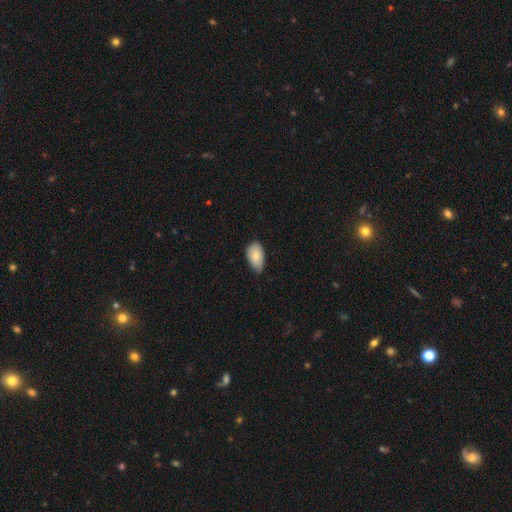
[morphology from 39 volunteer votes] smooth_or_featured: smooth (p=0.85) [alt: featured or disk p=0.13]
how_rounded: in between (p=0.91) [alt: round p=0.09]
merging: minor disturbance (p=0.53) [alt: none p=0.45]